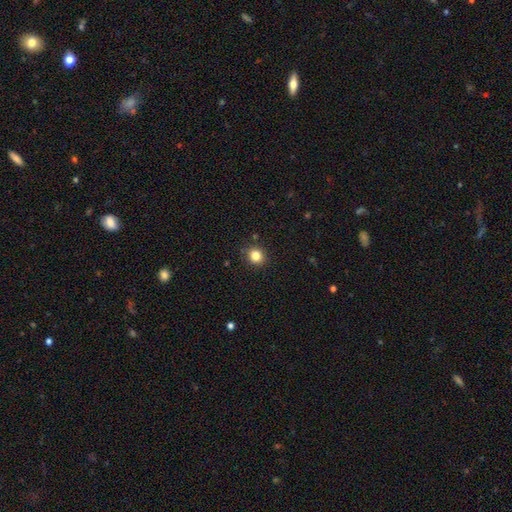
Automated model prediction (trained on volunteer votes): Overall: smooth (83%). How rounded: round (85%). Merging: none (89%).